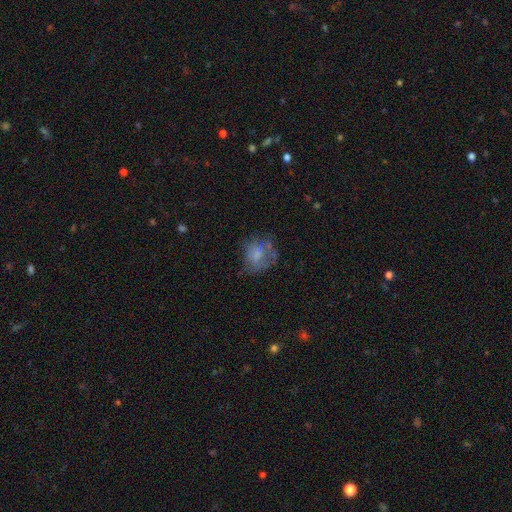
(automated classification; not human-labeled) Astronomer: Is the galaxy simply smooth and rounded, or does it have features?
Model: smooth — 48% (runner-up: featured or disk, 33%).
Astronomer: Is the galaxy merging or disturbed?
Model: none — 50%.